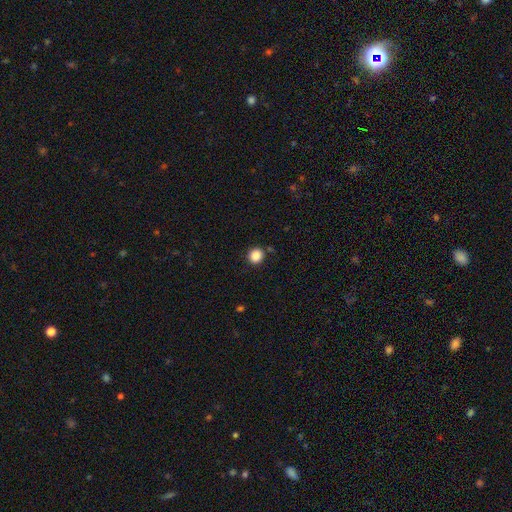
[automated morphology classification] smooth_or_featured: smooth (p=0.86) [alt: star or artifact p=0.10]
how_rounded: round (p=0.91) [alt: in between p=0.08]
merging: none (p=0.87) [alt: minor disturbance p=0.08]